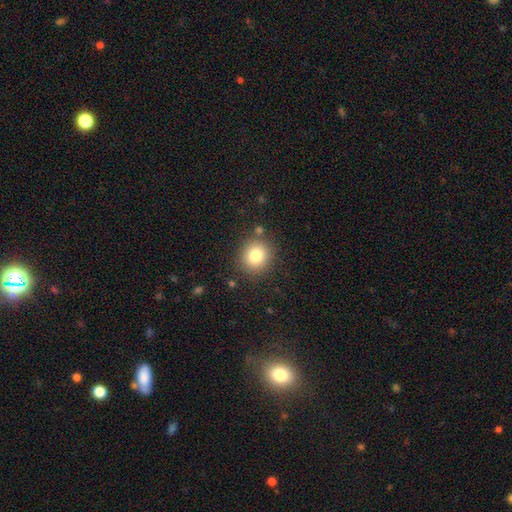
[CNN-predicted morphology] A smooth galaxy with no disk features (81%) that is round (86%). Merging: none (85%).